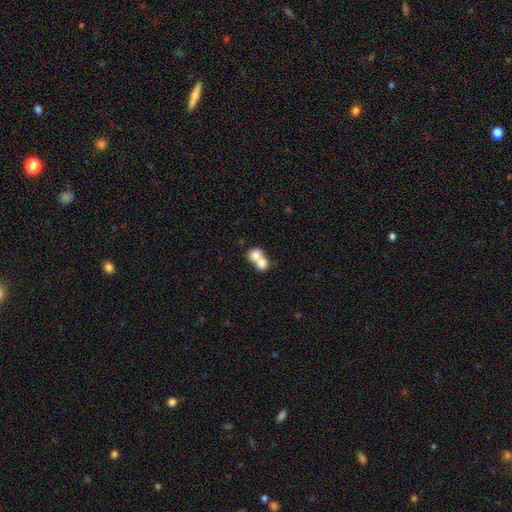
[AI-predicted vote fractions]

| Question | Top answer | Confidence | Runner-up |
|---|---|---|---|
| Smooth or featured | smooth | 75% | featured or disk (17%) |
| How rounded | round | 64% | in between (35%) |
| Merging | merger | 77% | none (17%) |